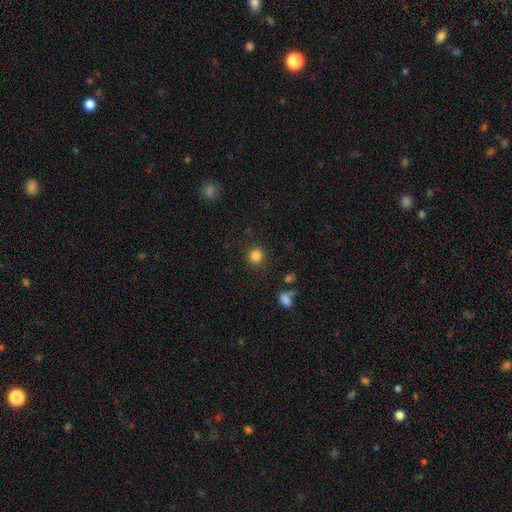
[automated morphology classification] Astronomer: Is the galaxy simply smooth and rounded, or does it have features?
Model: smooth — 84%.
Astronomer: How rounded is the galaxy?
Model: round — 92%.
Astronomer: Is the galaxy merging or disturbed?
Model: none — 89%.